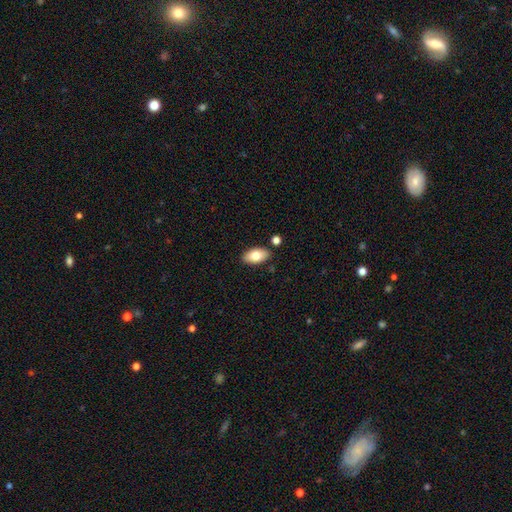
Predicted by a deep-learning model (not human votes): smooth_or_featured: smooth (p=0.77) [alt: featured or disk p=0.15]
how_rounded: in between (p=0.93) [alt: round p=0.04]
merging: none (p=0.84) [alt: minor disturbance p=0.10]